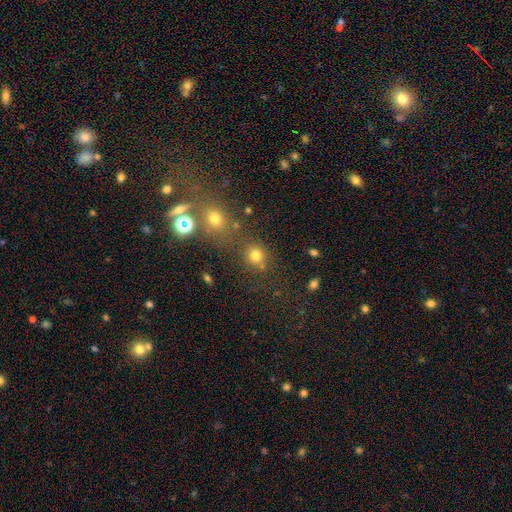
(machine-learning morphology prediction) Smooth or featured: smooth — 74% (star or artifact — 19%)
How rounded: round — 85% (in between — 14%)
Merging: none — 70% (merger — 15%)